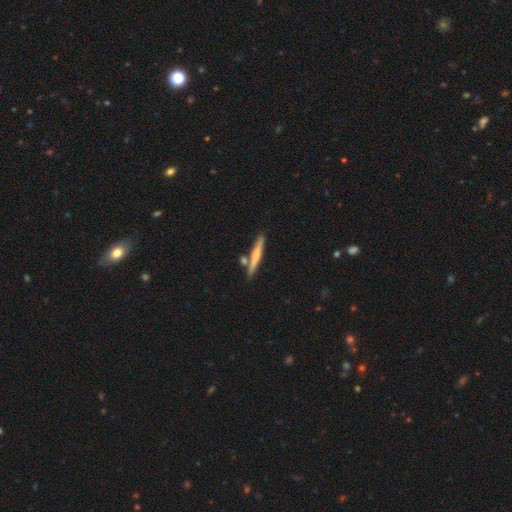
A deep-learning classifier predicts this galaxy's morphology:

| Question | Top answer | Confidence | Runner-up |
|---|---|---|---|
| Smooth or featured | smooth | 58% | featured or disk (37%) |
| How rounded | cigar-shaped | 94% | in between (4%) |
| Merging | none | 77% | merger (11%) |